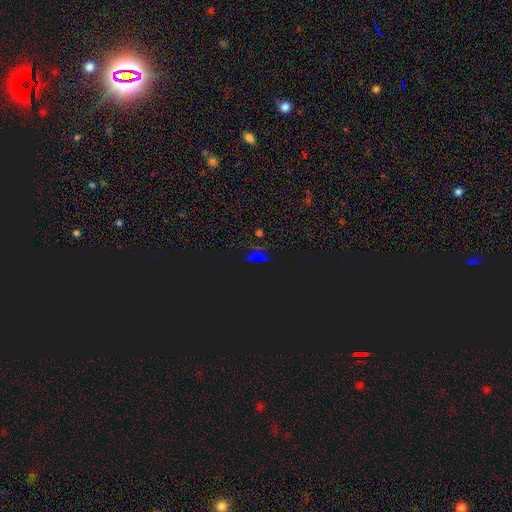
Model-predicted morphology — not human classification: type=star or artifact (72%).